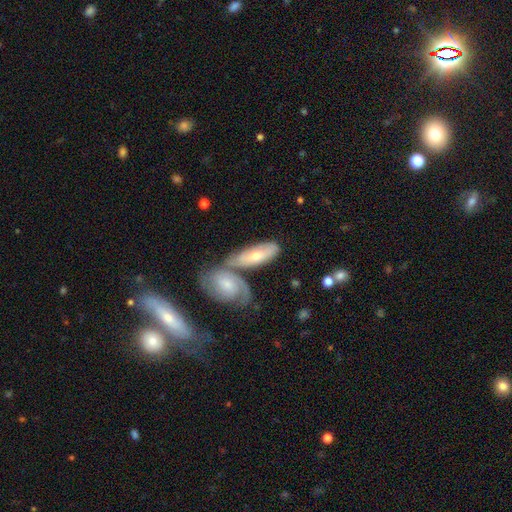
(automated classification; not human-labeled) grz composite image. It shows a featured or disk galaxy (52%). Merging: none (43%).